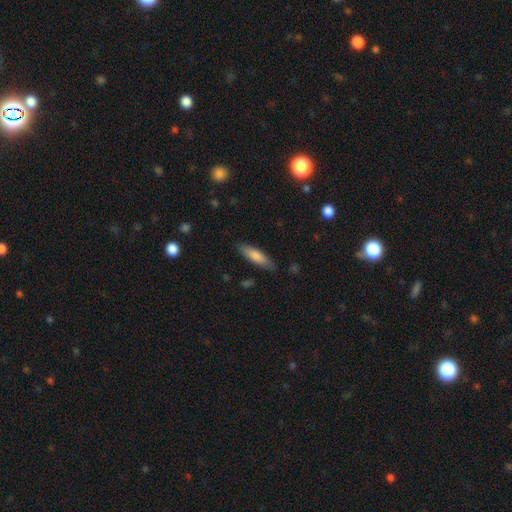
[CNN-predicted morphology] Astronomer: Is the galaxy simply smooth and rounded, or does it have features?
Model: smooth — 77%.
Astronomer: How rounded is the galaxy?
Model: cigar-shaped — 63%.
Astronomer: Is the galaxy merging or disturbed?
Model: none — 83%.